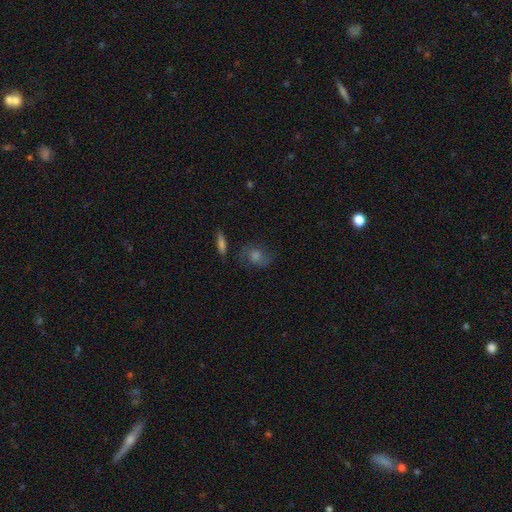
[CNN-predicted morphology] Q: Smooth or featured?
A: featured or disk (41%); runner-up: smooth (37%)
Q: Merging?
A: none (71%); runner-up: minor disturbance (17%)